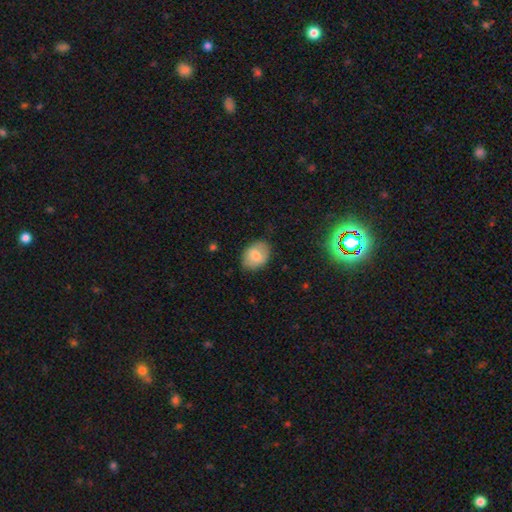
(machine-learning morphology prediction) The model was most divided on "how rounded": in between: 63%, round: 36%, cigar-shaped: 1%. More confident: merging — none (79%); smooth or featured — smooth (77%).